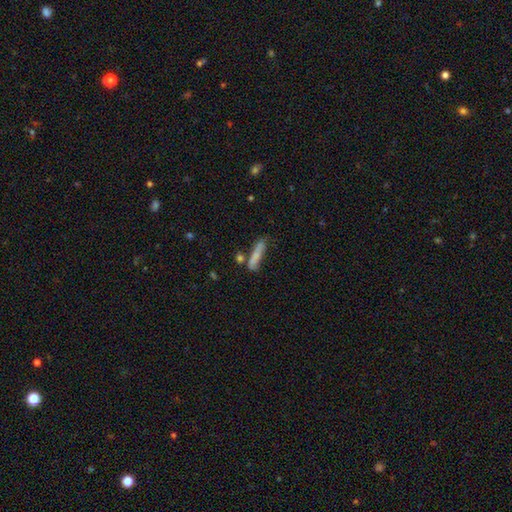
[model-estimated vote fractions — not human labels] smooth_or_featured: smooth (p=0.75) [alt: featured or disk p=0.17]
how_rounded: cigar-shaped (p=0.87) [alt: in between p=0.11]
merging: none (p=0.60) [alt: minor disturbance p=0.19]